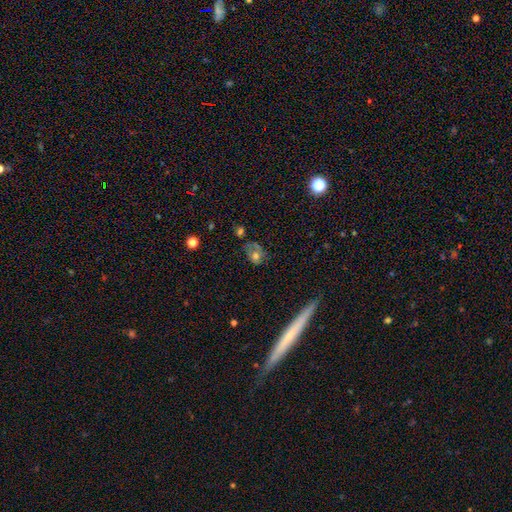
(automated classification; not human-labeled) Q: Smooth or featured?
A: smooth (46%); runner-up: featured or disk (41%)
Q: Merging?
A: none (39%); runner-up: major disturbance (28%)